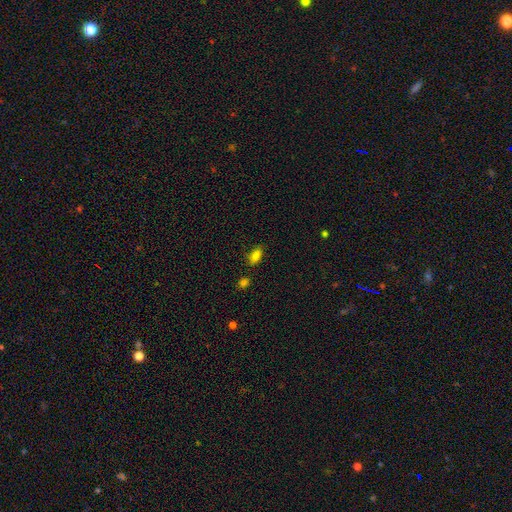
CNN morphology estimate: smooth_or_featured: smooth (p=0.81) [alt: star or artifact p=0.12]
how_rounded: in between (p=0.87) [alt: cigar-shaped p=0.07]
merging: none (p=0.79) [alt: minor disturbance p=0.14]